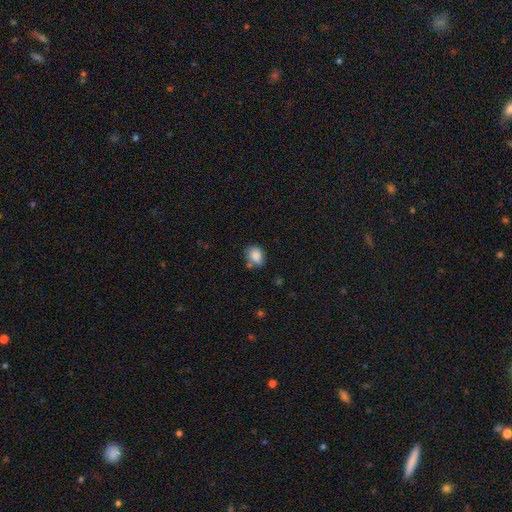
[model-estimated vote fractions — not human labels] smooth-or-featured: smooth: 84% | star or artifact: 9% | featured or disk: 7%
  how-rounded: in between: 53% | round: 46% | cigar-shaped: 1%
  merging: none: 59% | minor disturbance: 24% | merger: 11% | major disturbance: 6%